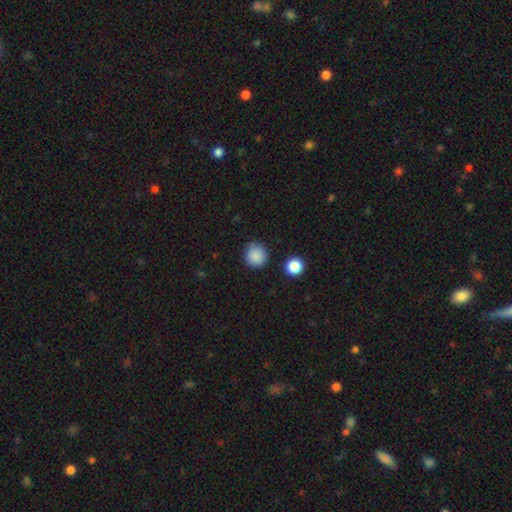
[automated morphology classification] Smooth or featured? smooth (86%)
How rounded? round (93%)
Merging? none (85%)